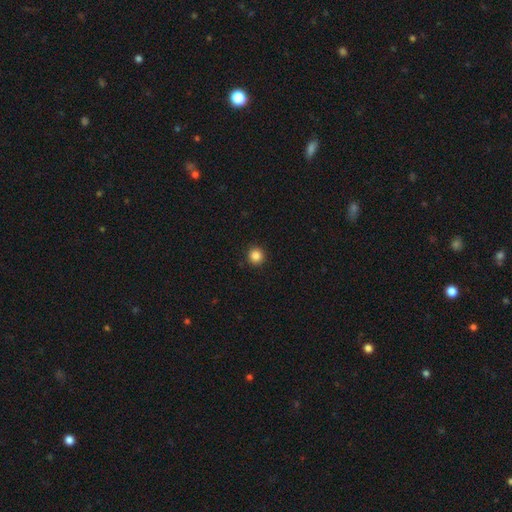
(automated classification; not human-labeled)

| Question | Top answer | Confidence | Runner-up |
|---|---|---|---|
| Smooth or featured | smooth | 86% | star or artifact (11%) |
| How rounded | round | 94% | in between (5%) |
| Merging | none | 93% | minor disturbance (5%) |